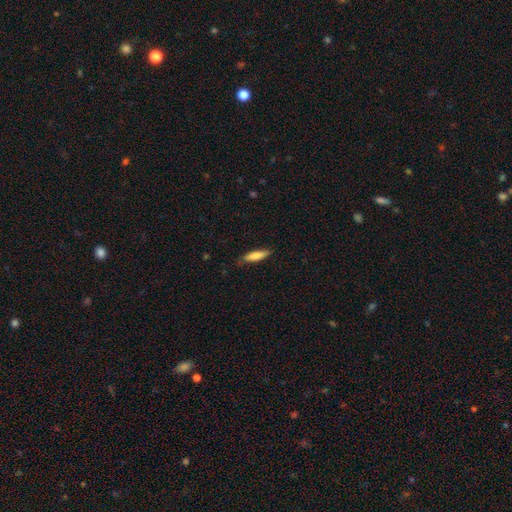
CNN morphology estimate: The model was most divided on "how rounded": cigar-shaped: 72%, in between: 26%, round: 1%. More confident: smooth or featured — smooth (79%); merging — none (79%).